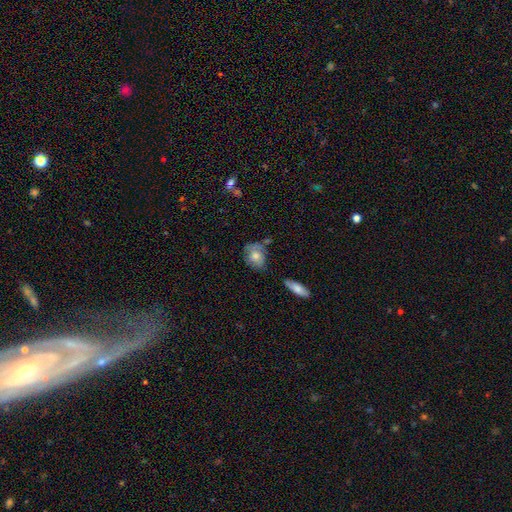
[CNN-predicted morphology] This appears to be a smooth galaxy with no disk features (61%) that is in between round and cigar-shaped (53%). Merging: none (46%).